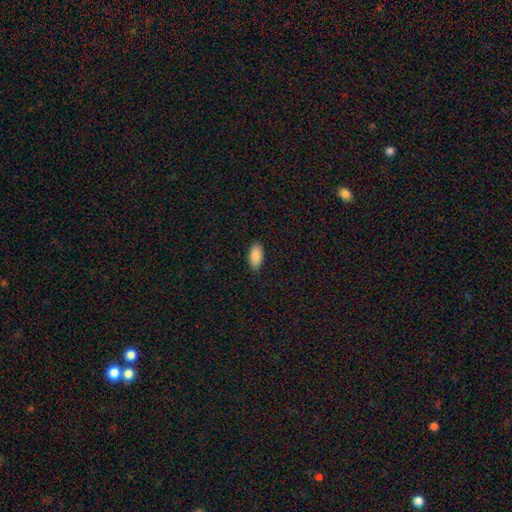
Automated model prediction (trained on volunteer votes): This is clearly a smooth galaxy (88%). How rounded: clearly in between (91%). Merging: clearly none (89%).